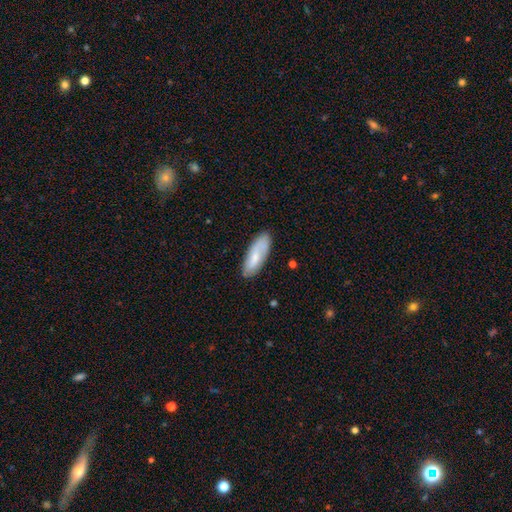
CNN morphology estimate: This appears to be a smooth galaxy with no disk features (64%) that is in between round and cigar-shaped (67%). Merging: none (80%).